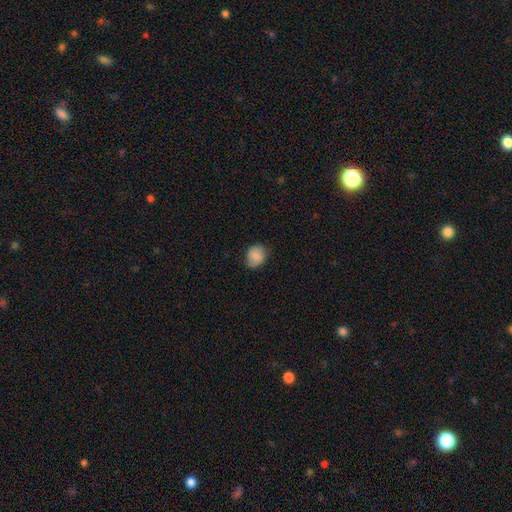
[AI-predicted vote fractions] This appears to be a smooth galaxy with no disk features (84%) that is round (58%). Merging: none (73%).